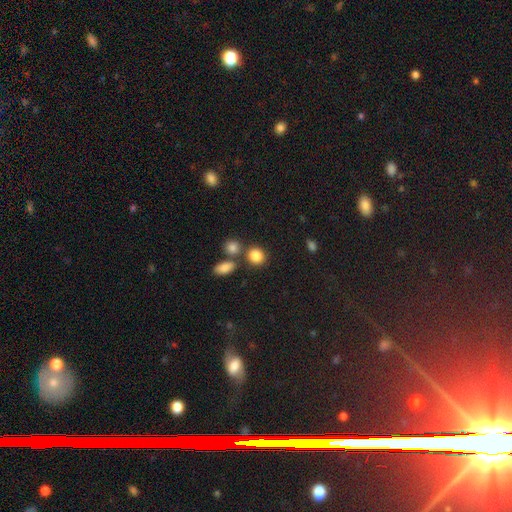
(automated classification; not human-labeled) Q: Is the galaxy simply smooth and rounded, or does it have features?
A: smooth — 85%.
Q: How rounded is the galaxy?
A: round — 70%.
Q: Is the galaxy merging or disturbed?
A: none — 65%.